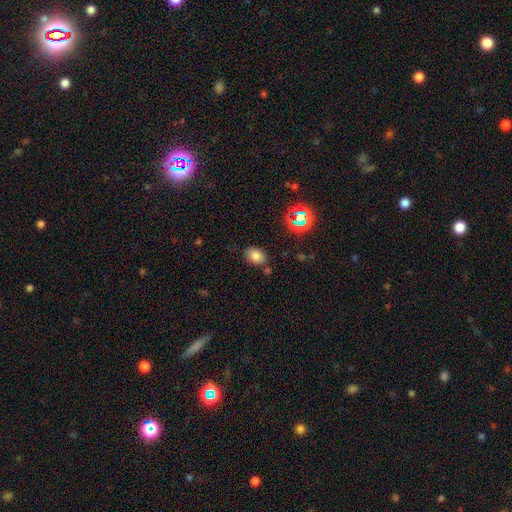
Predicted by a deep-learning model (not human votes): Smooth or featured? smooth (77%)
How rounded? in between (76%)
Merging? none (78%)